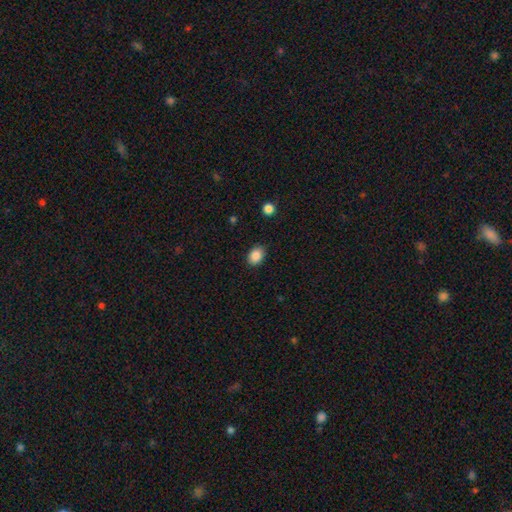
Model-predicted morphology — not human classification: A smooth galaxy with no disk features (87%) that is in between round and cigar-shaped (70%). Merging: none (85%).